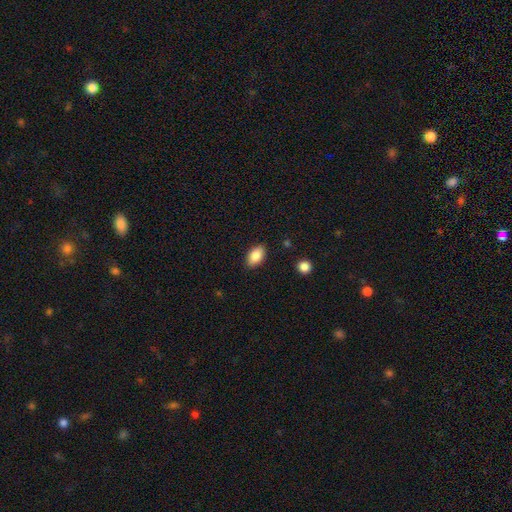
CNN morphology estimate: The model was most divided on "merging": none: 86%, minor disturbance: 10%, major disturbance: 2%, merger: 1%. More confident: how rounded — in between (92%); smooth or featured — smooth (87%).